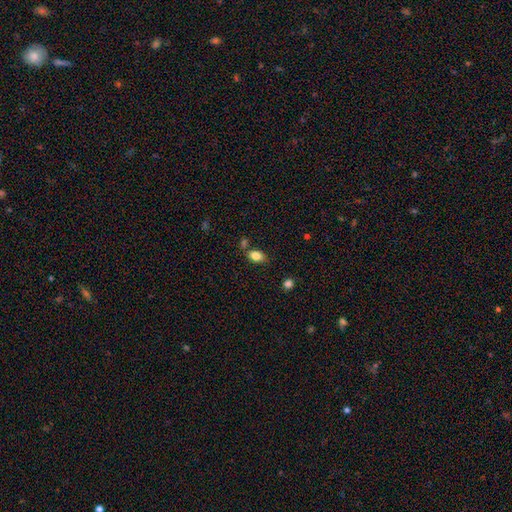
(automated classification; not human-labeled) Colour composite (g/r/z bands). It shows a smooth galaxy with no disk features (84%) that is in between round and cigar-shaped (84%). Merging: none (70%).